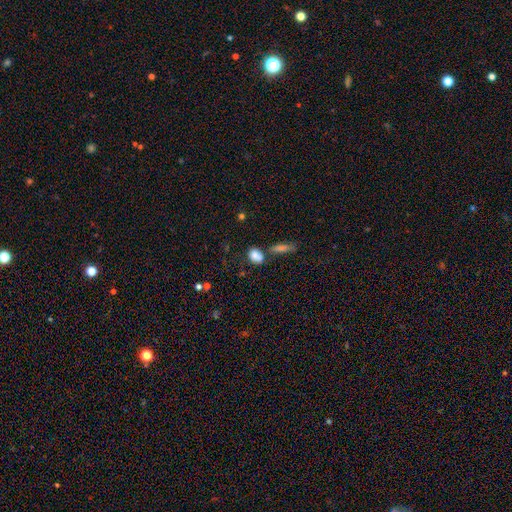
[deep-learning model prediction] smooth_or_featured: smooth (p=0.82) [alt: star or artifact p=0.09]
how_rounded: in between (p=0.63) [alt: round p=0.33]
merging: none (p=0.53) [alt: merger p=0.26]